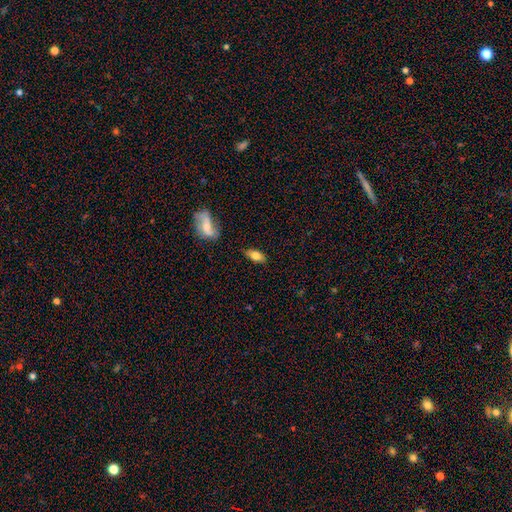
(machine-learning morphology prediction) This appears to be a smooth galaxy with no disk features (73%) that is in between round and cigar-shaped (86%). Merging: none (80%).